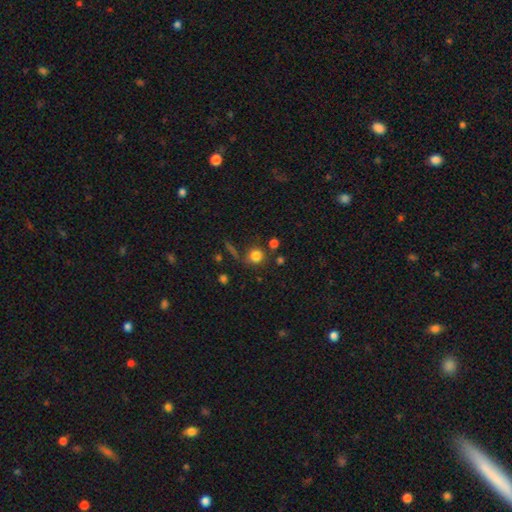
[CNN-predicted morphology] Q: Smooth or featured?
A: smooth (80%); runner-up: star or artifact (13%)
Q: How rounded?
A: round (89%); runner-up: in between (10%)
Q: Merging?
A: none (74%); runner-up: minor disturbance (12%)